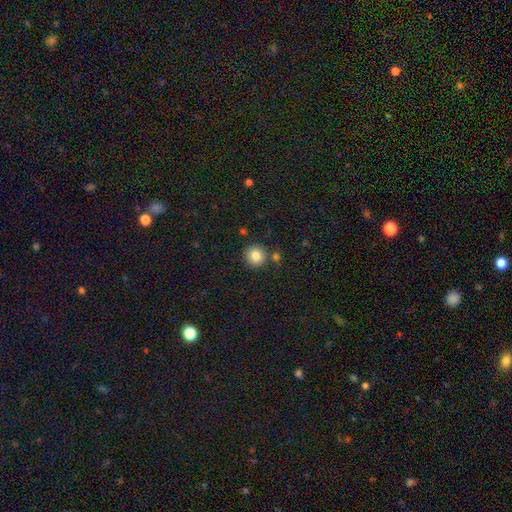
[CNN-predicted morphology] A smooth galaxy with no disk features (83%) that is round (94%). Merging: none (84%).